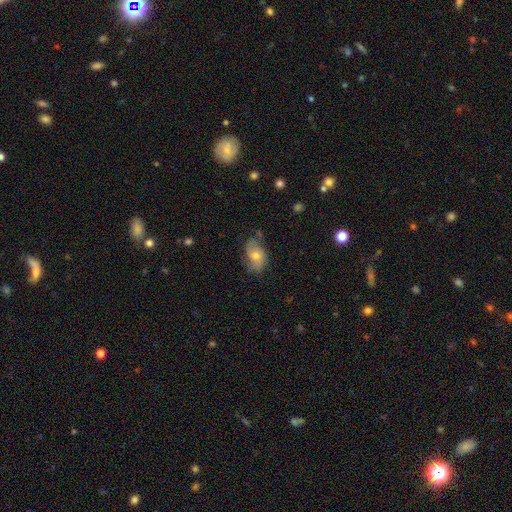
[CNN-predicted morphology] Smooth or featured? Predicted: smooth (p=0.57). How rounded? Predicted: in between (p=0.83). Merging? Predicted: none (p=0.60).